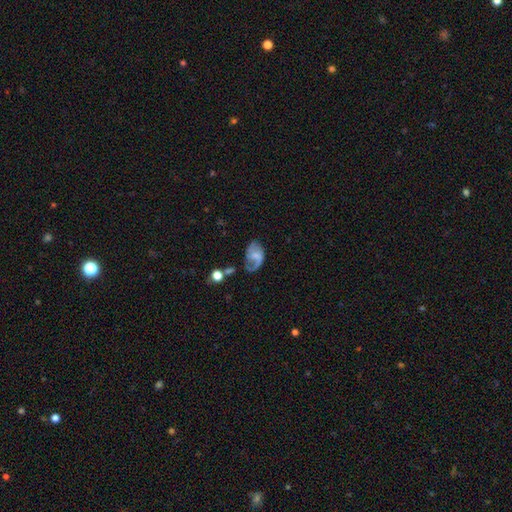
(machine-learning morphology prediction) Smooth or featured: featured or disk — 59% (smooth — 33%)
Edge-on disk: no — 96% (yes — 4%)
Bar: no — 51% (weak — 40%)
Spiral arms: yes — 80% (no — 20%)
Bulge size: small — 39% (none — 29%)
Merging: none — 40% (minor disturbance — 27%)